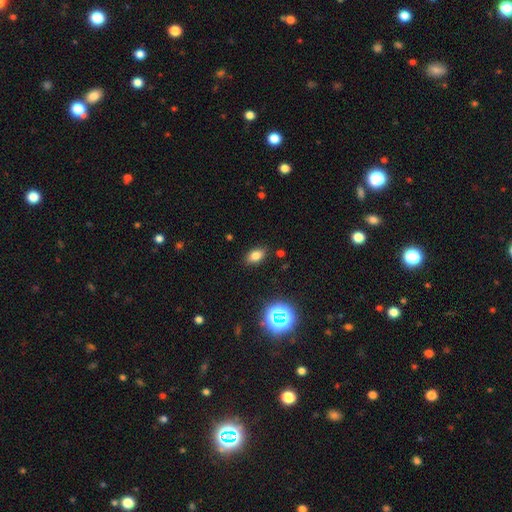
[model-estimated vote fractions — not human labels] This is likely a smooth galaxy (75%). How rounded: clearly in between (86%). Merging: clearly none (87%).